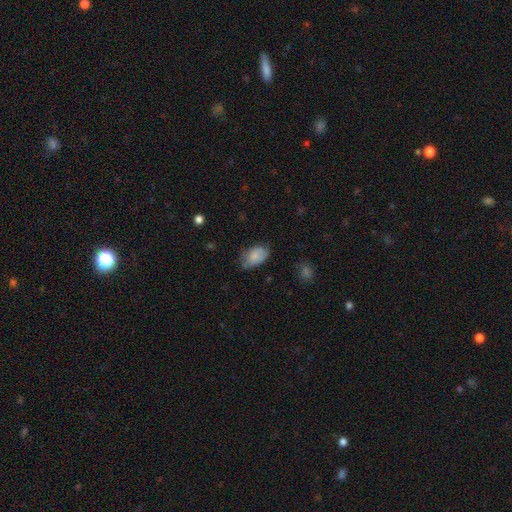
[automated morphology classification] A smooth galaxy with no disk features (81%) that is in between round and cigar-shaped (91%).

Vote fractions:
- Smooth or featured? smooth: 81% / featured or disk: 12% / star or artifact: 7%
- How rounded? in between: 91% / round: 8% / cigar-shaped: 1%
- Merging? none: 57% / minor disturbance: 33% / major disturbance: 8% / merger: 2%